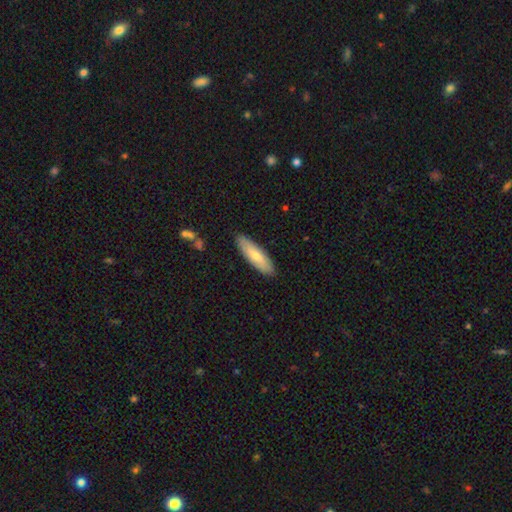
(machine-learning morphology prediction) This is likely a smooth galaxy (72%). How rounded: possibly cigar-shaped (56%). Merging: clearly none (89%).